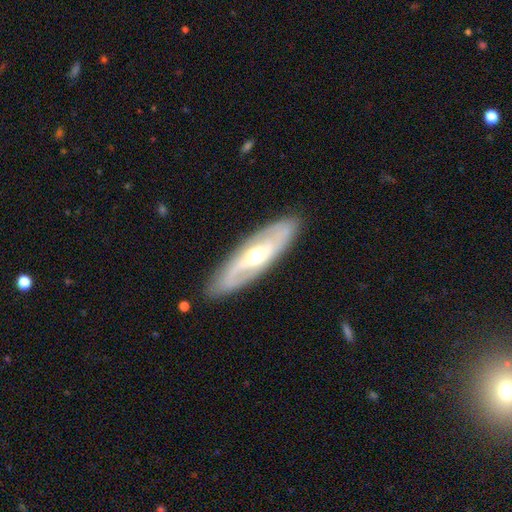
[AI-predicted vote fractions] Q: Smooth or featured?
A: featured or disk (76%); runner-up: smooth (19%)
Q: Edge-on disk?
A: no (78%); runner-up: yes (22%)
Q: Bar?
A: no (42%); runner-up: weak (37%)
Q: Spiral arms?
A: yes (79%); runner-up: no (21%)
Q: Bulge size?
A: moderate (70%); runner-up: small (21%)
Q: Merging?
A: none (88%); runner-up: minor disturbance (9%)